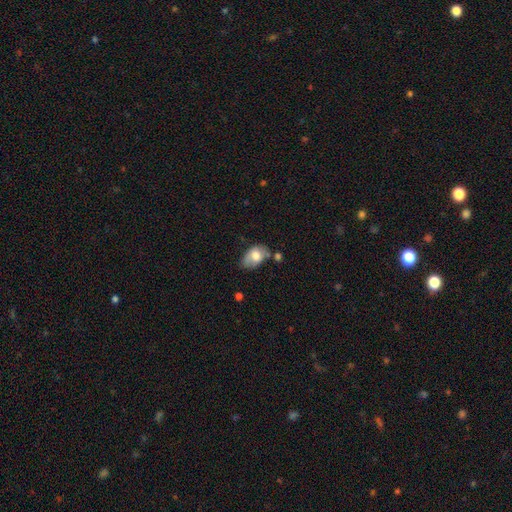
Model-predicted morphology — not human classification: smooth_or_featured: smooth (p=0.70) [alt: featured or disk p=0.23]
how_rounded: in between (p=0.88) [alt: round p=0.11]
merging: none (p=0.46) [alt: minor disturbance p=0.32]